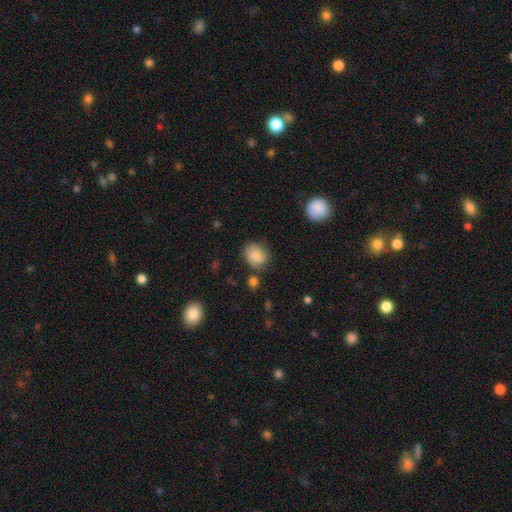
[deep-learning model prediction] The model was most divided on "how rounded": round: 56%, in between: 43%, cigar-shaped: 1%. More confident: smooth or featured — smooth (83%); merging — none (73%).